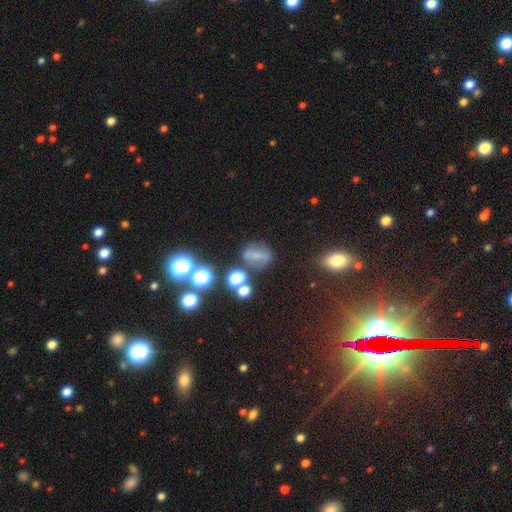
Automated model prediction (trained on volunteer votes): The model was most divided on "how rounded": round: 51%, in between: 46%, cigar-shaped: 3%. More confident: merging — none (59%); smooth or featured — smooth (51%).